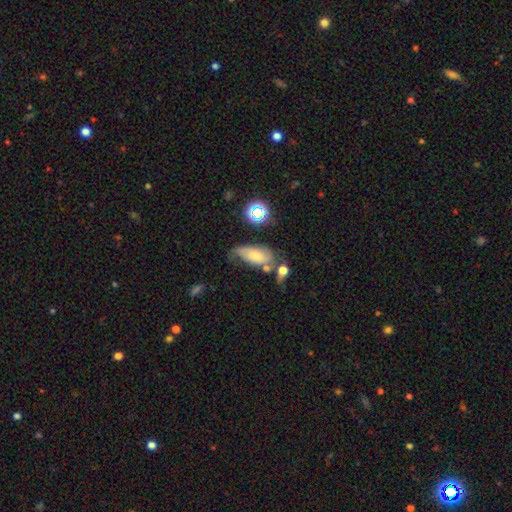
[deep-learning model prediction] Smooth or featured?
  - smooth: 59% *
  - featured or disk: 29%
  - star or artifact: 13%
How rounded?
  - in between: 87% *
  - cigar-shaped: 7%
  - round: 5%
Merging?
  - none: 36% *
  - minor disturbance: 30%
  - major disturbance: 18%
  - merger: 16%